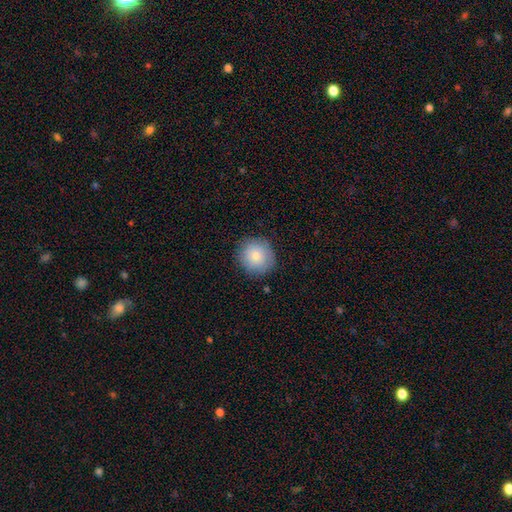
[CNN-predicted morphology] Q: Smooth or featured?
A: smooth (78%); runner-up: featured or disk (14%)
Q: How rounded?
A: round (91%); runner-up: in between (8%)
Q: Merging?
A: none (85%); runner-up: minor disturbance (11%)